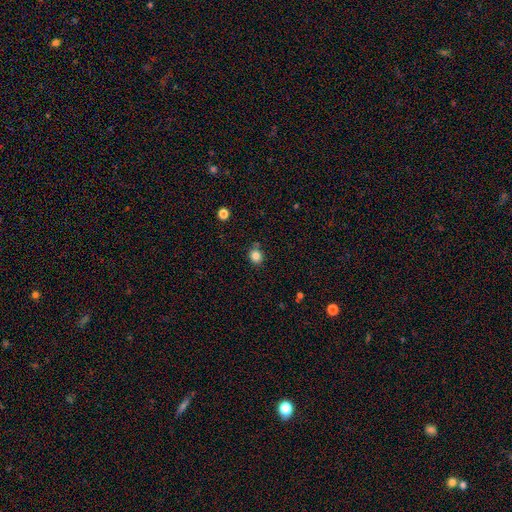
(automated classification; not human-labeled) This appears to be a smooth galaxy with no disk features (83%) that is round (78%). Merging: none (77%).